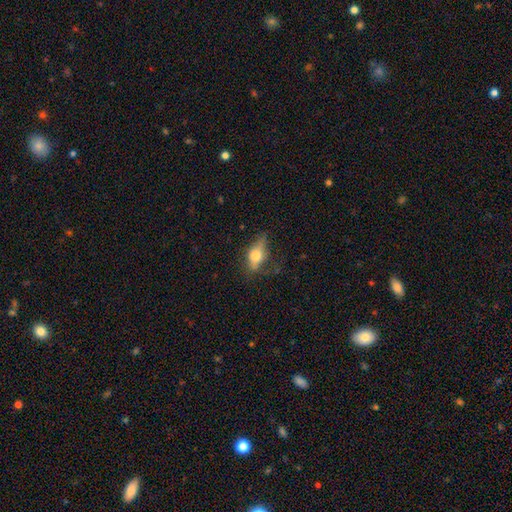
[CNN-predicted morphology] Q: Smooth or featured?
A: smooth (60%); runner-up: featured or disk (32%)
Q: How rounded?
A: in between (75%); runner-up: cigar-shaped (16%)
Q: Merging?
A: none (53%); runner-up: minor disturbance (30%)